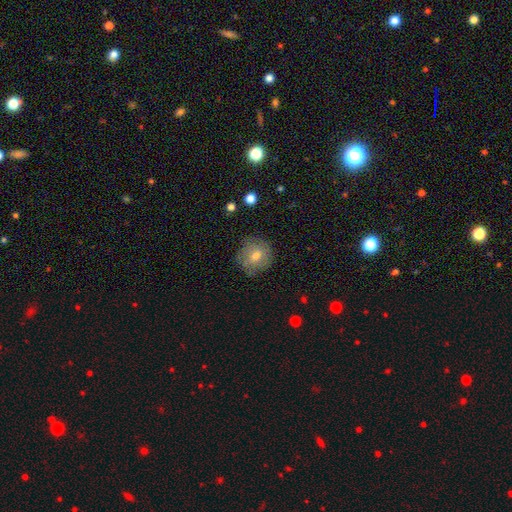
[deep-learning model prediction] Smooth or featured?
  - smooth: 61% *
  - featured or disk: 30%
  - star or artifact: 9%
How rounded?
  - round: 84% *
  - in between: 15%
  - cigar-shaped: 1%
Merging?
  - none: 76% *
  - minor disturbance: 17%
  - major disturbance: 5%
  - merger: 1%